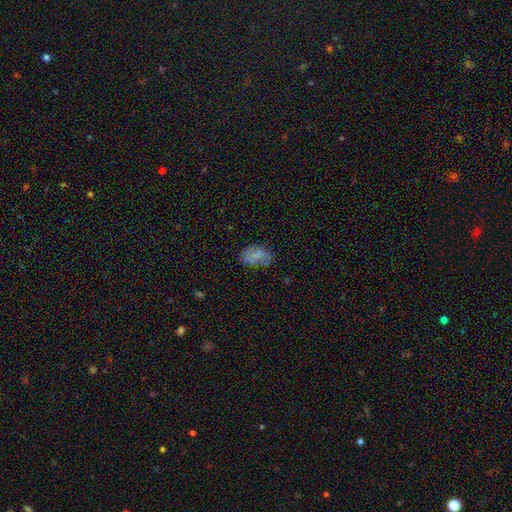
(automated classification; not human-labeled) Morphology: type=smooth (70%); roundness=in between (90%); merging=none (65%).